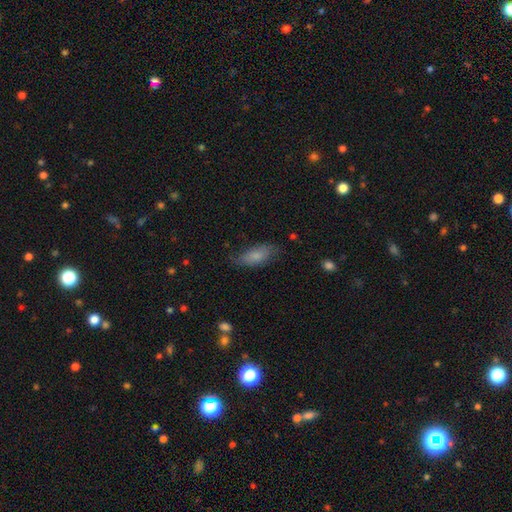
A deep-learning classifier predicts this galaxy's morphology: Overall: smooth (78%). How rounded: in between (80%). Merging: none (69%).